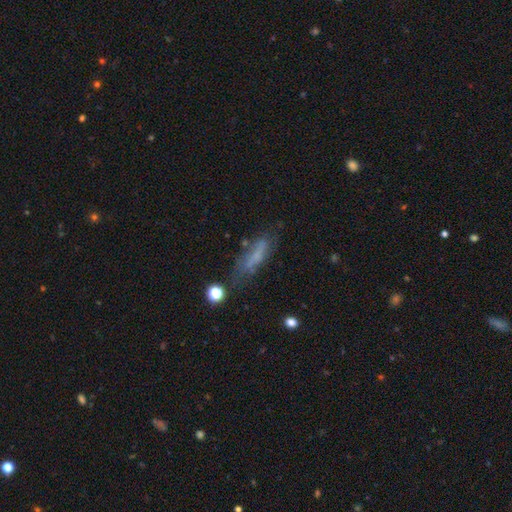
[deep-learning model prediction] smooth-or-featured: smooth: 51% | featured or disk: 35% | star or artifact: 14%
  how-rounded: cigar-shaped: 63% | in between: 34% | round: 3%
  merging: none: 52% | minor disturbance: 26% | major disturbance: 16% | merger: 7%